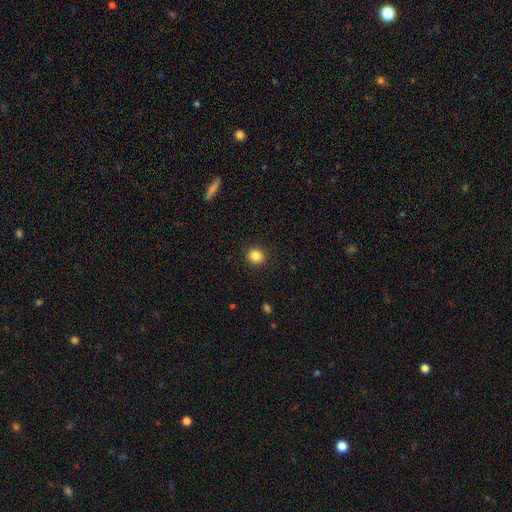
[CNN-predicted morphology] smooth_or_featured: smooth (p=0.85) [alt: star or artifact p=0.11]
how_rounded: round (p=0.89) [alt: in between p=0.10]
merging: none (p=0.92) [alt: minor disturbance p=0.05]